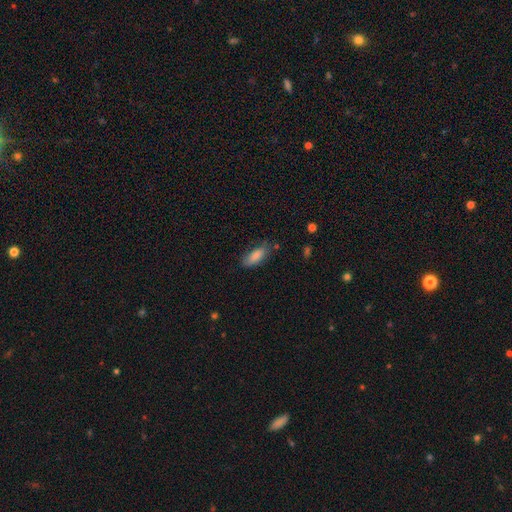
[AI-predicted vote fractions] This is clearly a smooth galaxy (84%). How rounded: likely in between (76%). Merging: likely none (67%).